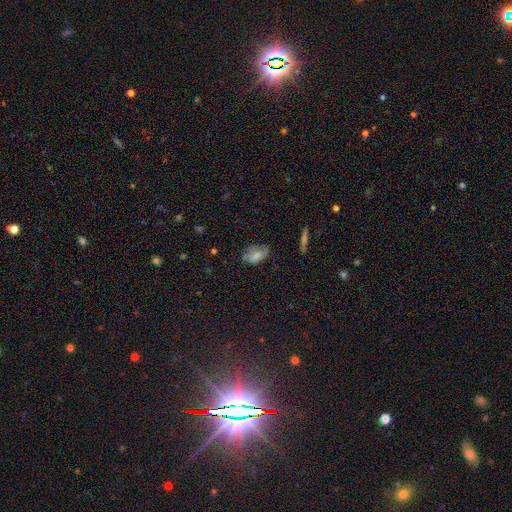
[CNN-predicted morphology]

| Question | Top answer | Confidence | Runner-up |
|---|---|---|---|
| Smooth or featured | smooth | 68% | featured or disk (22%) |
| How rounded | in between | 88% | round (9%) |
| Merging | none | 55% | minor disturbance (31%) |